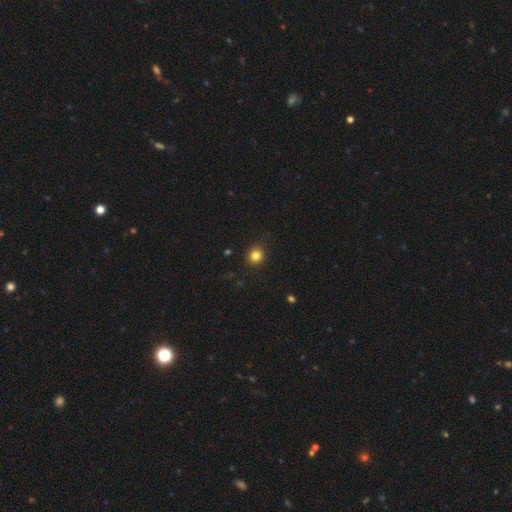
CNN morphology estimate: Smooth or featured?
  - smooth: 83% *
  - star or artifact: 12%
  - featured or disk: 5%
How rounded?
  - round: 81% *
  - in between: 19%
  - cigar-shaped: 1%
Merging?
  - none: 89% *
  - minor disturbance: 8%
  - major disturbance: 2%
  - merger: 1%